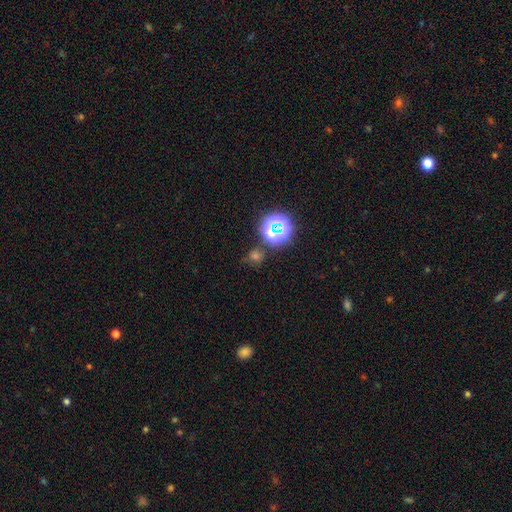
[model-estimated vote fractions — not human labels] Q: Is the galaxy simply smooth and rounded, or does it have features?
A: smooth — 48%.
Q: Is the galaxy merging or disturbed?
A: none — 76%.